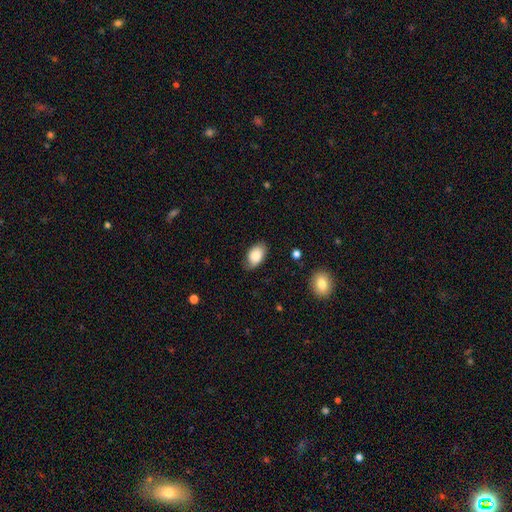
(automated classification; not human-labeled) smooth 84%, featured or disk 9%, star or artifact 7%. Down the decision tree: how rounded — in between (91%); merging — none (76%).